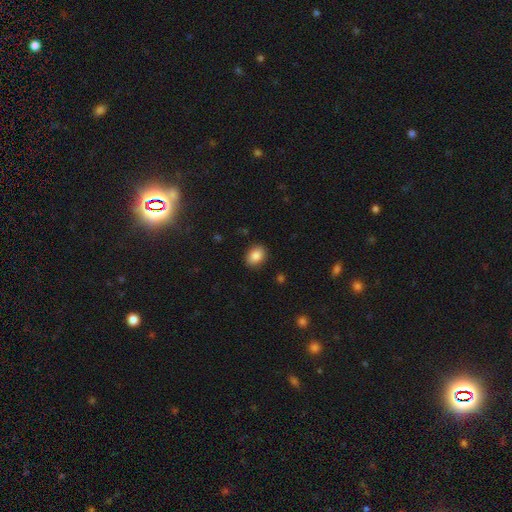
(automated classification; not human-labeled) The model was most divided on "how rounded": in between: 65%, round: 34%, cigar-shaped: 1%. More confident: merging — none (88%); smooth or featured — smooth (85%).